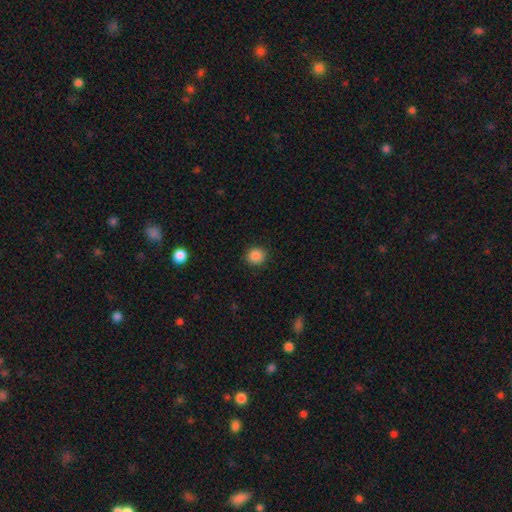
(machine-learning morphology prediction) smooth 87%, star or artifact 10%, featured or disk 3%. Down the decision tree: how rounded — round (85%); merging — none (90%).